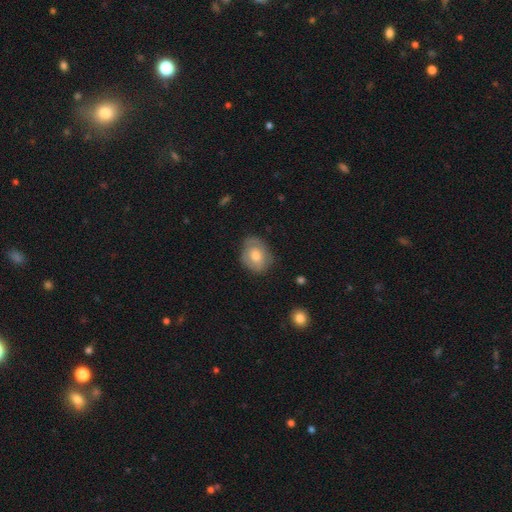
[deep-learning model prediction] This appears to be a smooth galaxy with no disk features (58%) that is round (61%). Merging: none (73%).